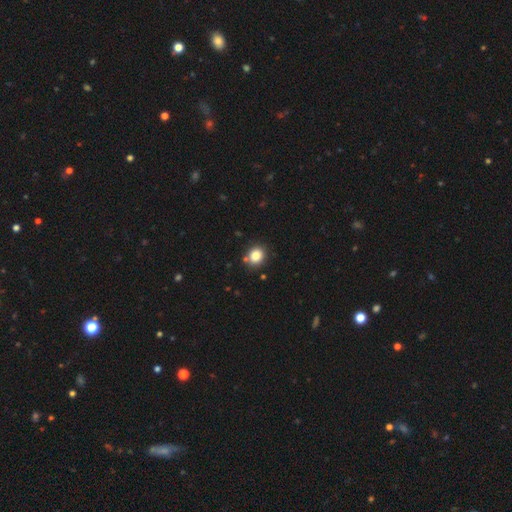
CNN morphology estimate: Smooth or featured? smooth (84%)
How rounded? round (74%)
Merging? none (83%)